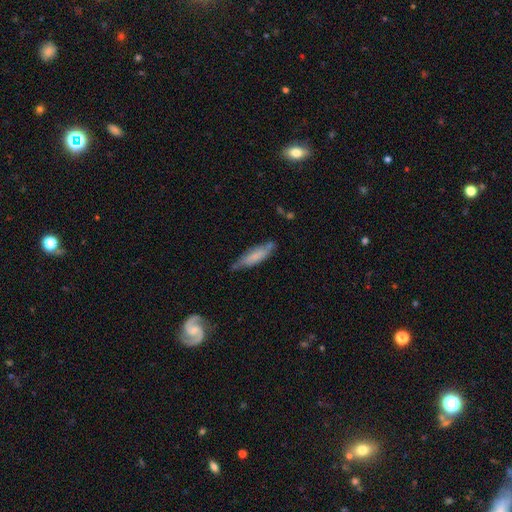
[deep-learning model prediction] Morphology: type=smooth (61%); roundness=cigar-shaped (73%); merging=none (64%).